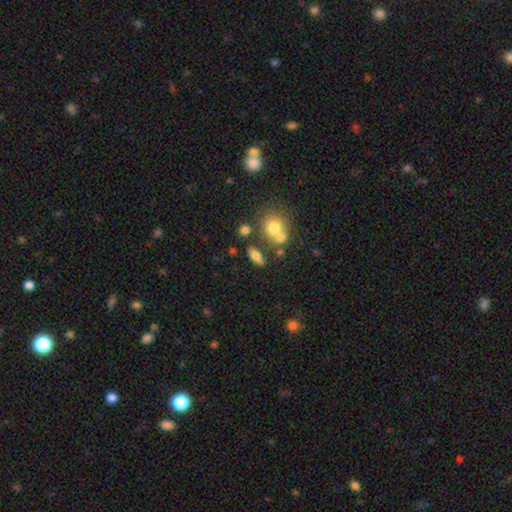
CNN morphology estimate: Smooth or featured? smooth (68%)
How rounded? in between (70%)
Merging? none (71%)